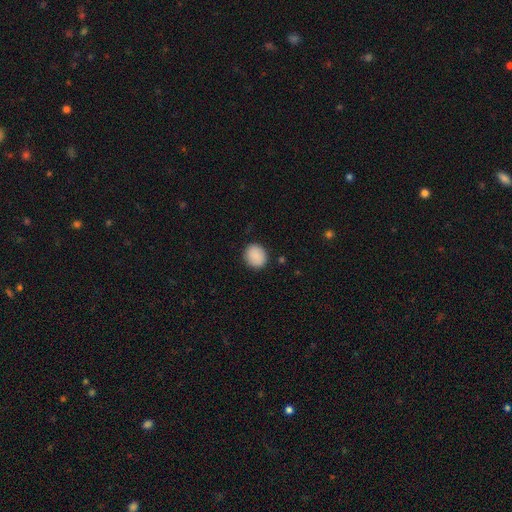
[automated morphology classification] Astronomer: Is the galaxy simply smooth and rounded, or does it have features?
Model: smooth — 89%.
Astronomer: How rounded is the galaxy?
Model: round — 76%.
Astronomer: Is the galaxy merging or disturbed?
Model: none — 88%.